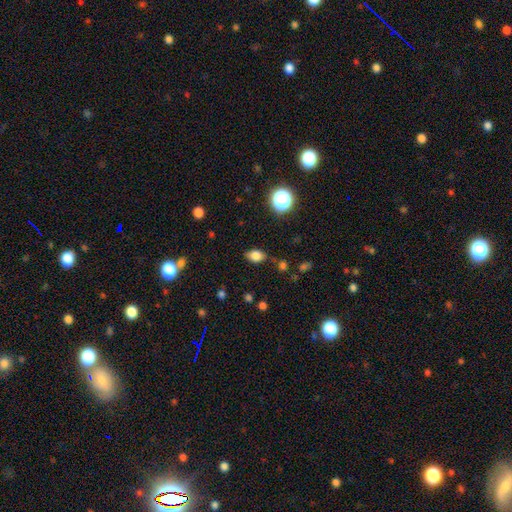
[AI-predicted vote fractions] Smooth or featured?
  - smooth: 78% *
  - star or artifact: 12%
  - featured or disk: 10%
How rounded?
  - in between: 79% *
  - round: 19%
  - cigar-shaped: 2%
Merging?
  - none: 77% *
  - minor disturbance: 17%
  - major disturbance: 4%
  - merger: 3%